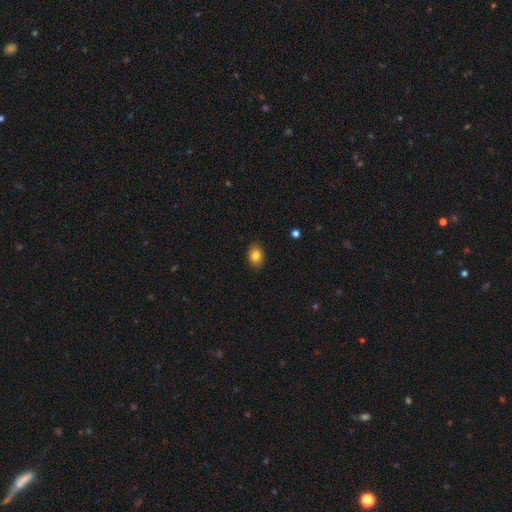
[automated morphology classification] A smooth galaxy with no disk features (83%) that is in between round and cigar-shaped (72%). Merging: none (88%).